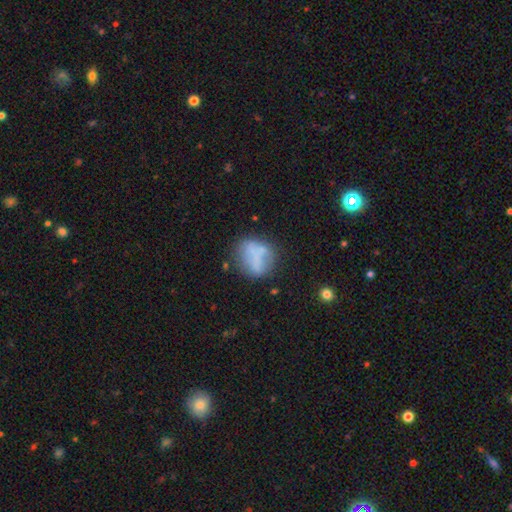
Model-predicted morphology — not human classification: smooth_or_featured: smooth (p=0.59) [alt: featured or disk p=0.30]
how_rounded: round (p=0.65) [alt: in between p=0.33]
merging: none (p=0.52) [alt: minor disturbance p=0.22]